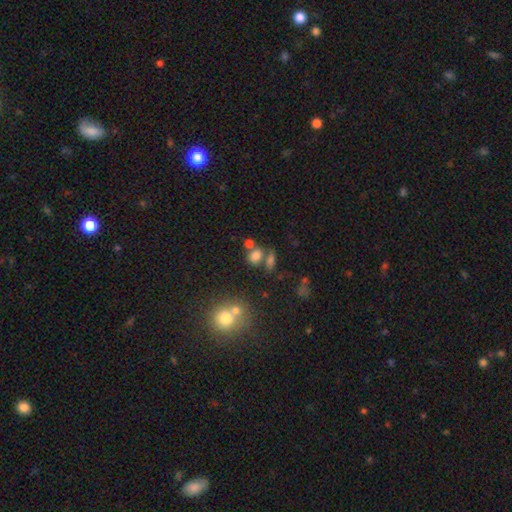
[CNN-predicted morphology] smooth-or-featured: smooth: 75% | star or artifact: 15% | featured or disk: 9%
  how-rounded: in between: 64% | round: 33% | cigar-shaped: 3%
  merging: none: 51% | merger: 31% | minor disturbance: 12% | major disturbance: 6%